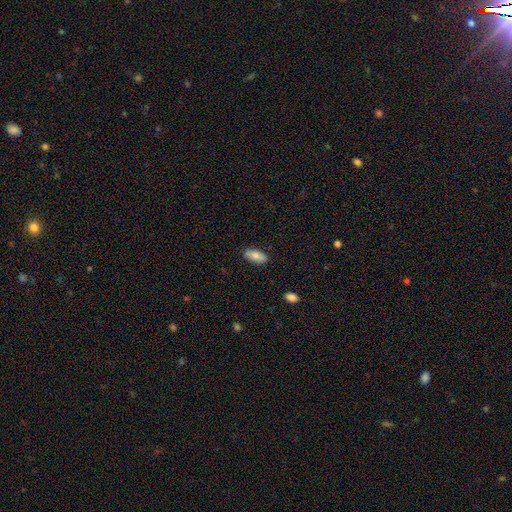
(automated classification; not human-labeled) Overall: smooth (80%). How rounded: in between (85%). Merging: none (86%).